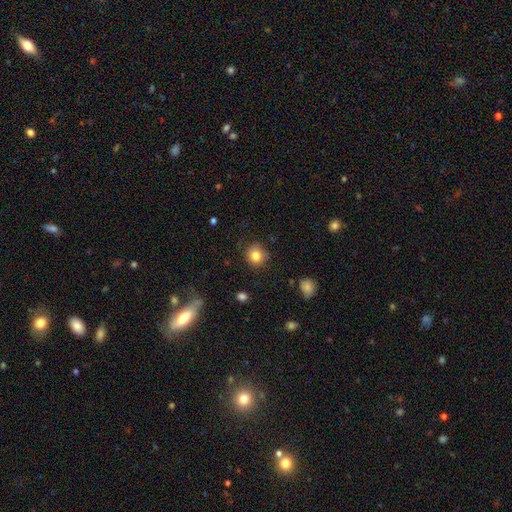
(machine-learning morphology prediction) Smooth or featured? Predicted: smooth (p=0.81). How rounded? Predicted: round (p=0.86). Merging? Predicted: none (p=0.77).